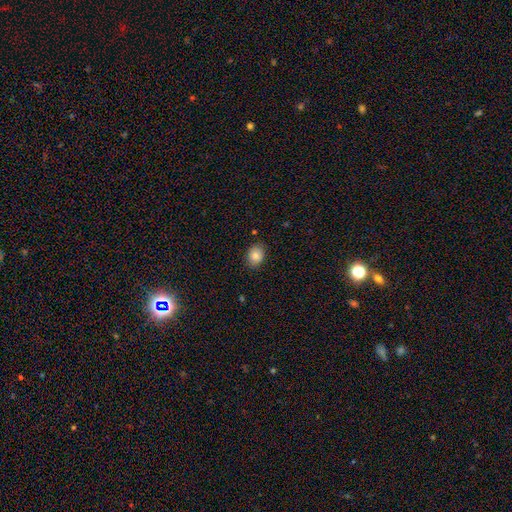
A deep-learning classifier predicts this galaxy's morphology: A smooth galaxy with no disk features (84%) that is in between round and cigar-shaped (64%).

Vote fractions:
- Smooth or featured? smooth: 84% / star or artifact: 9% / featured or disk: 7%
- How rounded? in between: 64% / round: 35% / cigar-shaped: 1%
- Merging? none: 85% / minor disturbance: 11% / major disturbance: 2% / merger: 1%